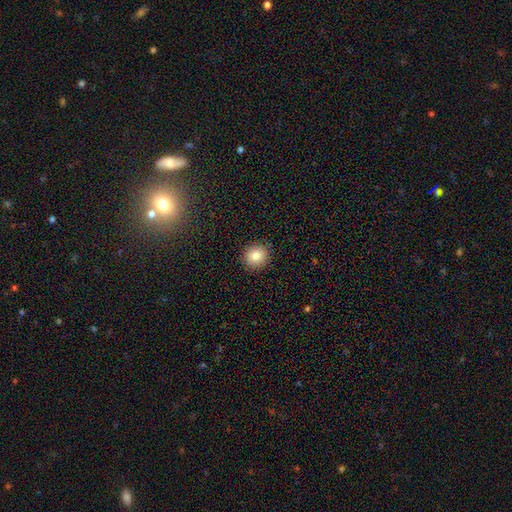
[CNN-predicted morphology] Q: Smooth or featured?
A: smooth (83%); runner-up: star or artifact (10%)
Q: How rounded?
A: round (83%); runner-up: in between (16%)
Q: Merging?
A: none (90%); runner-up: minor disturbance (7%)